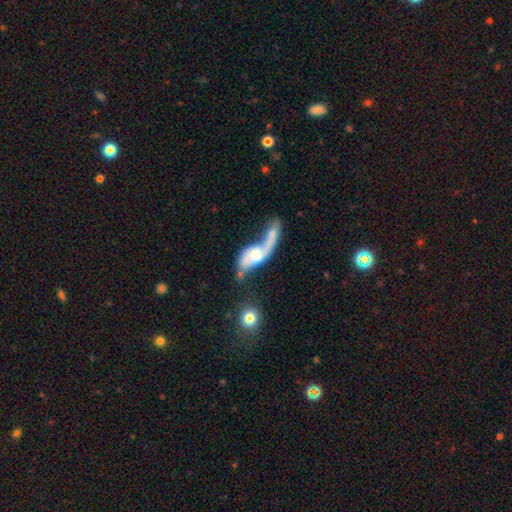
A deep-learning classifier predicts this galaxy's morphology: Smooth or featured: featured or disk — 66% (smooth — 28%)
Edge-on disk: no — 92% (yes — 8%)
Bar: no — 53% (weak — 36%)
Spiral arms: yes — 75% (no — 25%)
Bulge size: moderate — 48% (small — 28%)
Merging: merger — 44% (major disturbance — 30%)